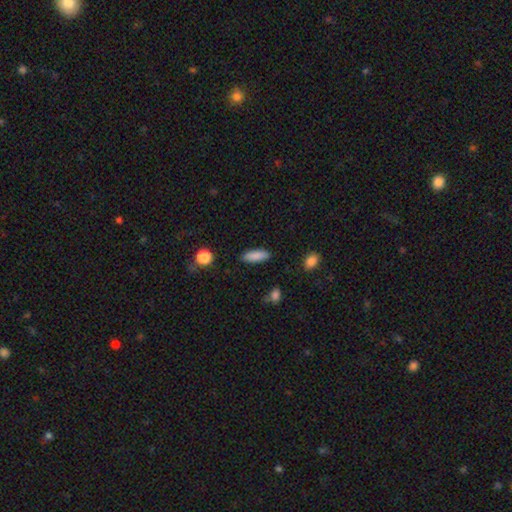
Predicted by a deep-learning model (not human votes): Q: Smooth or featured?
A: smooth (87%); runner-up: star or artifact (7%)
Q: How rounded?
A: in between (61%); runner-up: cigar-shaped (37%)
Q: Merging?
A: none (87%); runner-up: minor disturbance (9%)